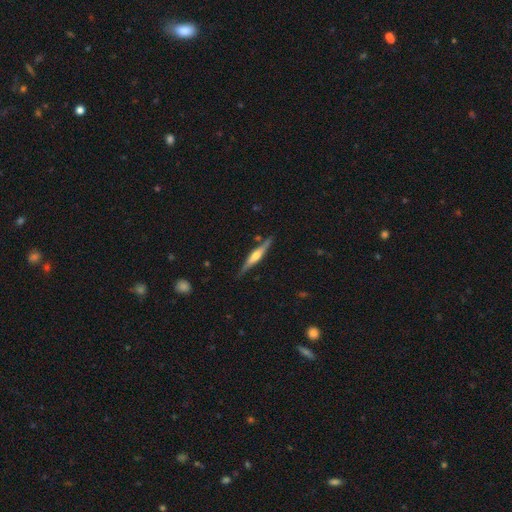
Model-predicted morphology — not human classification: This appears to be a featured or disk galaxy (64%) viewed edge-on (96%) with a rounded central bulge (72%). Merging: none (83%).